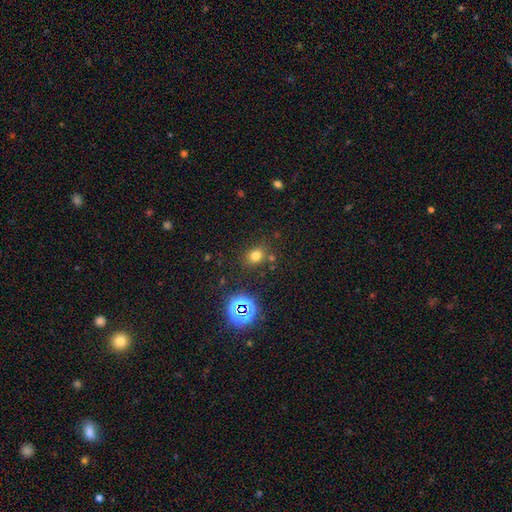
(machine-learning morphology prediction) This appears to be a smooth galaxy with no disk features (70%) that is round (60%). Merging: none (78%).